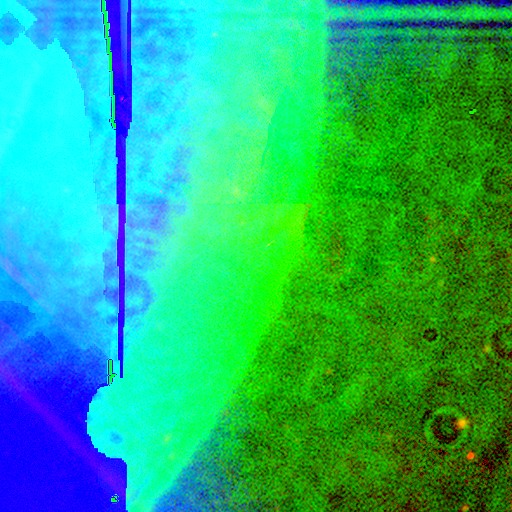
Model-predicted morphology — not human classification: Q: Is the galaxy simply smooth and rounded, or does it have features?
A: star or artifact — 78%.